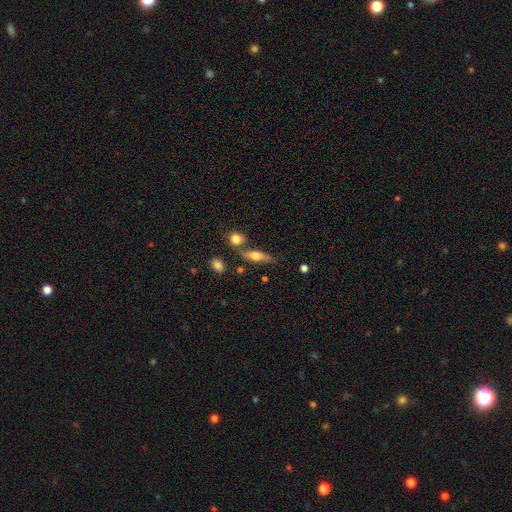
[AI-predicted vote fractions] This appears to be a smooth galaxy with no disk features (46%, tied with featured or disk). Merging: none (71%).